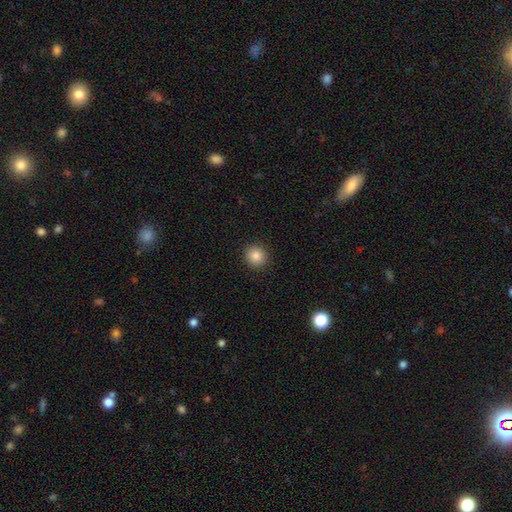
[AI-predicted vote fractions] smooth_or_featured: smooth (p=0.86) [alt: star or artifact p=0.10]
how_rounded: round (p=0.89) [alt: in between p=0.10]
merging: none (p=0.92) [alt: minor disturbance p=0.05]